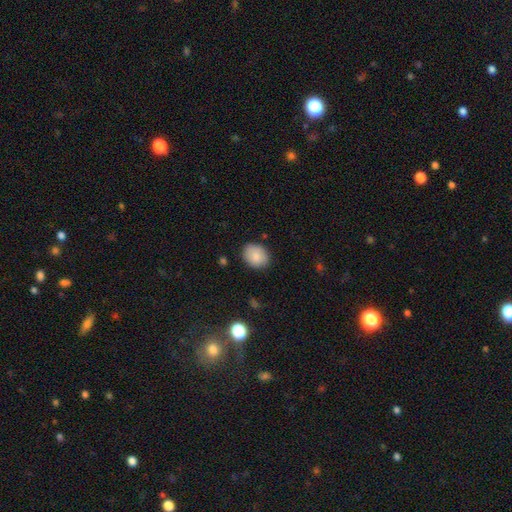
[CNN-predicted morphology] Smooth or featured? Predicted: smooth (p=0.84). How rounded? Predicted: in between (p=0.56). Merging? Predicted: none (p=0.82).